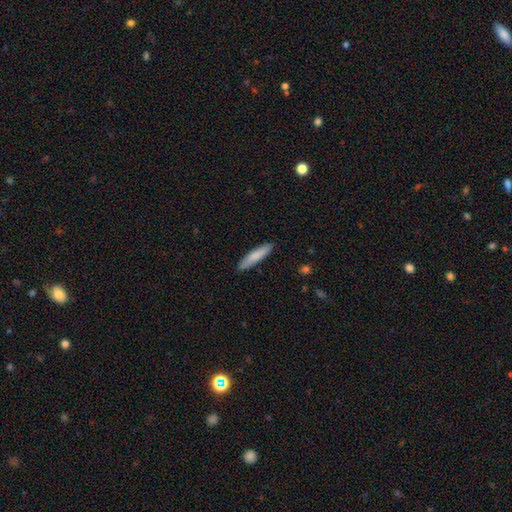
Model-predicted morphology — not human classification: A smooth galaxy with no disk features (81%) that is cigar-shaped (84%). Merging: none (89%).